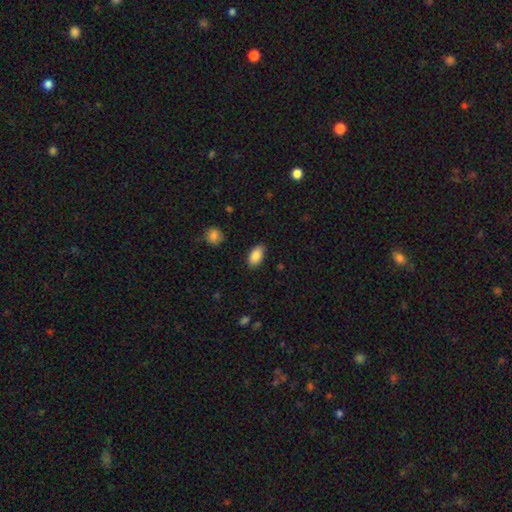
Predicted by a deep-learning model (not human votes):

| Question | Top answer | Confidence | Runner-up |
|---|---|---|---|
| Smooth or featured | smooth | 87% | star or artifact (8%) |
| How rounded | in between | 93% | round (5%) |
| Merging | none | 80% | minor disturbance (16%) |